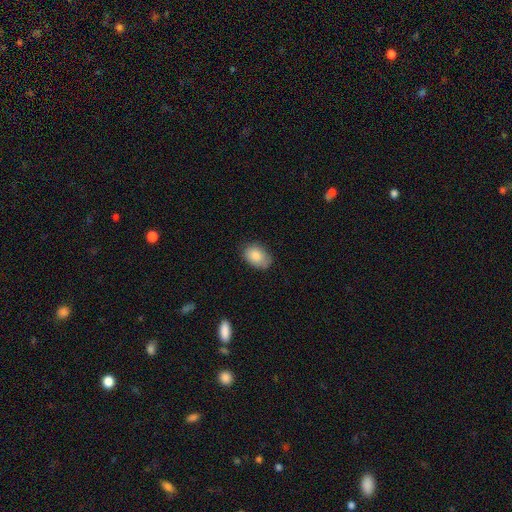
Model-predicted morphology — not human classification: This appears to be a smooth galaxy with no disk features (86%) that is in between round and cigar-shaped (84%). Merging: none (73%).